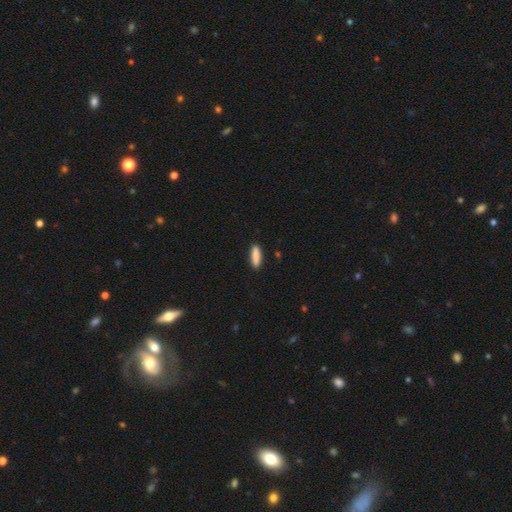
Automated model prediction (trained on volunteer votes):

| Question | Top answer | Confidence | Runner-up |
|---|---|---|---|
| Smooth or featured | smooth | 88% | featured or disk (6%) |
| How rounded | cigar-shaped | 60% | in between (38%) |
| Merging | none | 89% | minor disturbance (8%) |